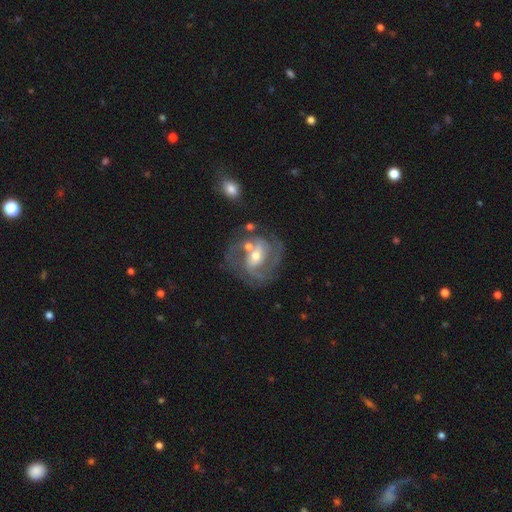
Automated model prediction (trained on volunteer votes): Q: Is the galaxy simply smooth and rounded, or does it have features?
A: featured or disk — 86%.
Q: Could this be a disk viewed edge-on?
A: no — 97%.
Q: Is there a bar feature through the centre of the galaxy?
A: weak — 43%.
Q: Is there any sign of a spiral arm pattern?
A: yes — 93%.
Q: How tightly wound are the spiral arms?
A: medium — 48%.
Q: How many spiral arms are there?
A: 2 — 62%.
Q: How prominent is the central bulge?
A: moderate — 60%.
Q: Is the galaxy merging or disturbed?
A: none — 58%.